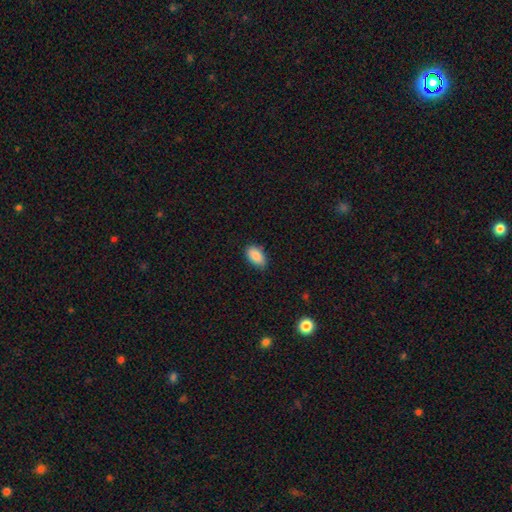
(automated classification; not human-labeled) smooth 88%, star or artifact 7%, featured or disk 5%. Down the decision tree: how rounded — in between (93%); merging — none (83%).